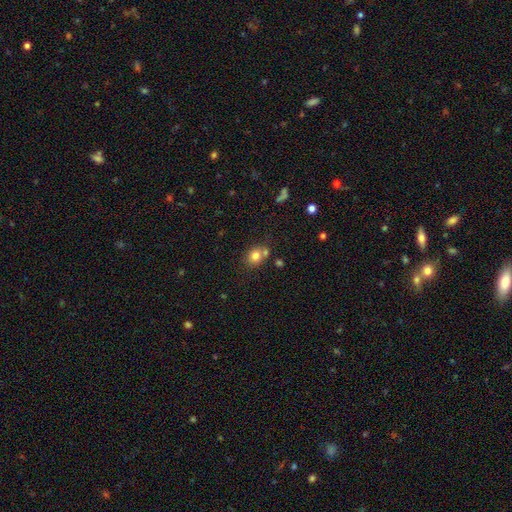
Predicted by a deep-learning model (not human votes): This is likely a smooth galaxy (79%). How rounded: likely round (71%). Merging: possibly none (58%).